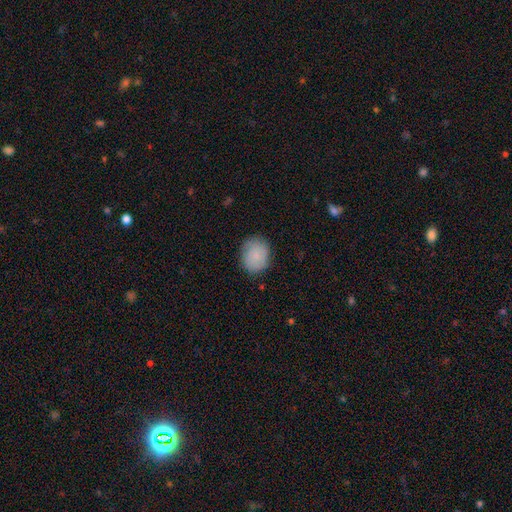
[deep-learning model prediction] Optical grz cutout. It shows a smooth galaxy with no disk features (82%) that is round (53%). Merging: none (81%).